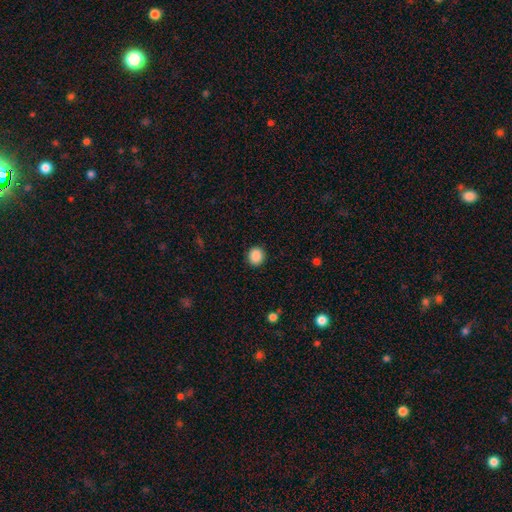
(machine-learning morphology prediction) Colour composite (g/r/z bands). It shows a smooth galaxy with no disk features (88%) that is round (86%). Merging: none (91%).